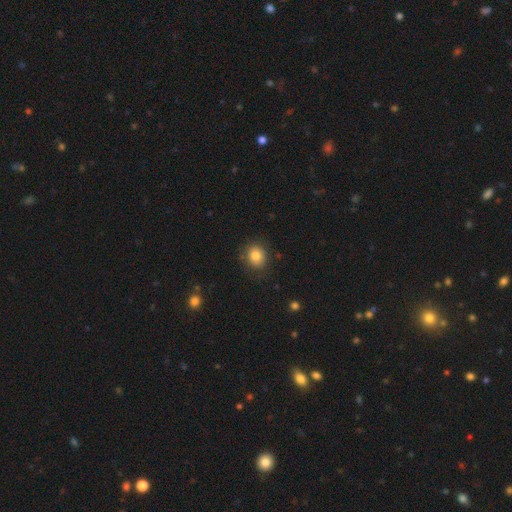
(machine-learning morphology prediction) A smooth galaxy with no disk features (81%) that is round (71%). Merging: none (83%).